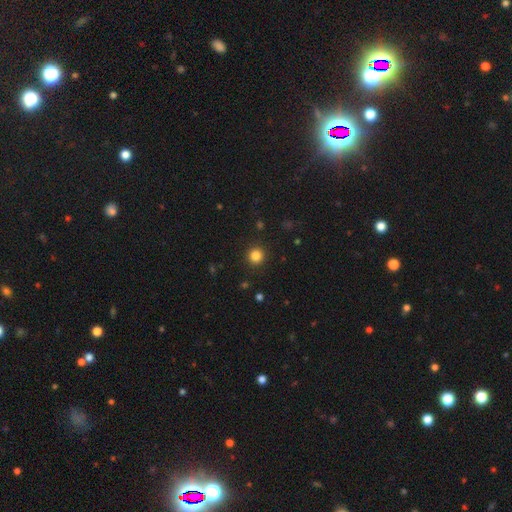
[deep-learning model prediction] A smooth galaxy with no disk features (84%) that is round (94%). Merging: none (92%).